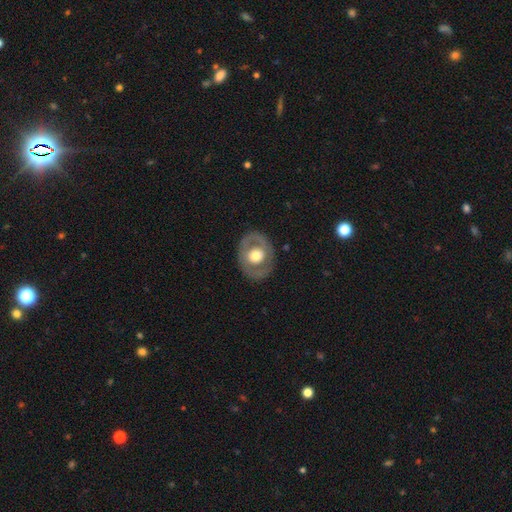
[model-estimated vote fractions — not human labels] Overall: featured or disk (56%; smooth 39%). Edge-on disk: no (94%). Bar: no (82%). Spiral arms: no (77%). Bulge size: moderate (57%; large 36%). Merging: none (82%).